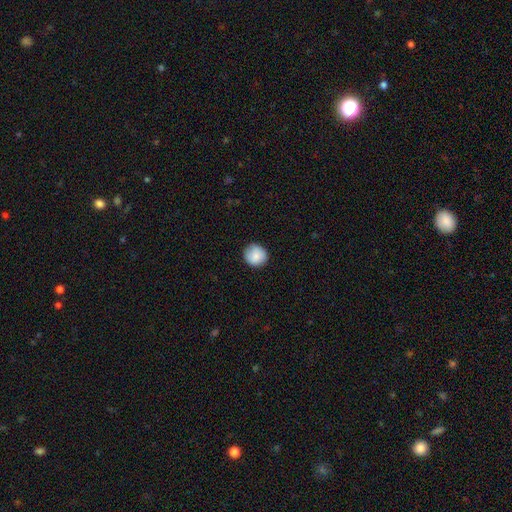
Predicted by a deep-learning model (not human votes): This is clearly a smooth galaxy (86%). How rounded: clearly round (90%). Merging: clearly none (86%).